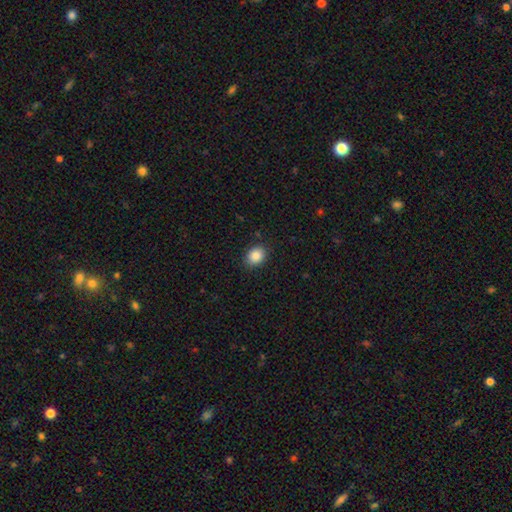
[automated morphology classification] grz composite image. It shows a smooth galaxy with no disk features (88%) that is in between round and cigar-shaped (54%). Merging: none (86%).